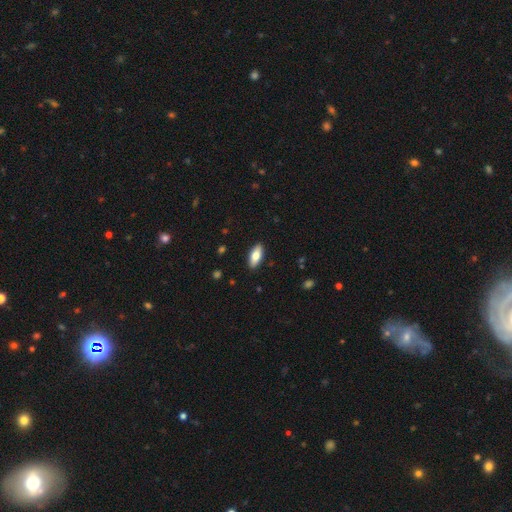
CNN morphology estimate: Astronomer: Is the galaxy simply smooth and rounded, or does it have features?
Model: smooth — 76%.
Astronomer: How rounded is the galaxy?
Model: in between — 80%.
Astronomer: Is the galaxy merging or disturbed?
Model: none — 89%.